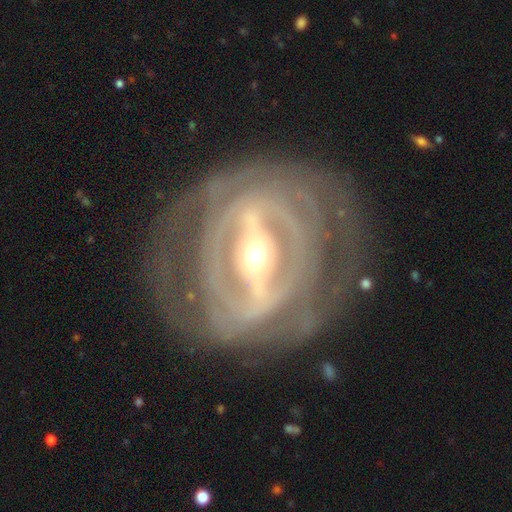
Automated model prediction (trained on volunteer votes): smooth-or-featured: featured or disk: 89% | smooth: 6% | star or artifact: 5%
  disk-edge-on: no: 94% | yes: 6%
    bar: strong: 76% | weak: 17% | no: 8%
    has-spiral-arms: yes: 80% | no: 20%
      spiral-winding: tight: 63% | medium: 25% | loose: 12%
      spiral-arm-count: 2: 37% | can't tell: 32% | 3: 10% | 4: 7% | 1: 7% | more than 4: 6%
    bulge-size: moderate: 51% | small: 41% | large: 6% | dominant: 1% | none: 1%
  merging: none: 66% | major disturbance: 16% | minor disturbance: 16% | merger: 2%